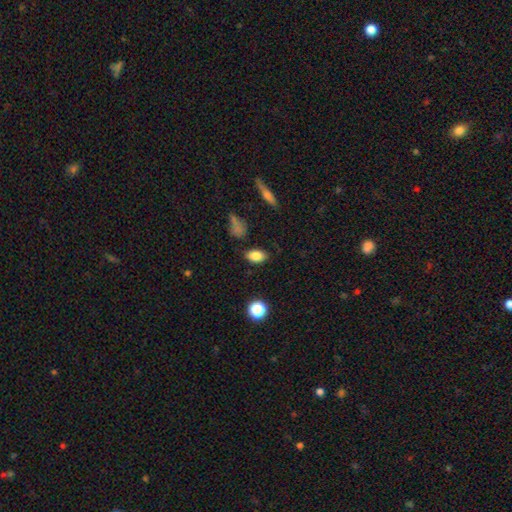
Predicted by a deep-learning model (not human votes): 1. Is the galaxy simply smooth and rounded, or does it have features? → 84% smooth, 9% star or artifact, 7% featured or disk.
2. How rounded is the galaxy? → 87% in between, 10% round, 3% cigar-shaped.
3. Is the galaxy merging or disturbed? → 83% none, 12% minor disturbance, 3% major disturbance, 3% merger.